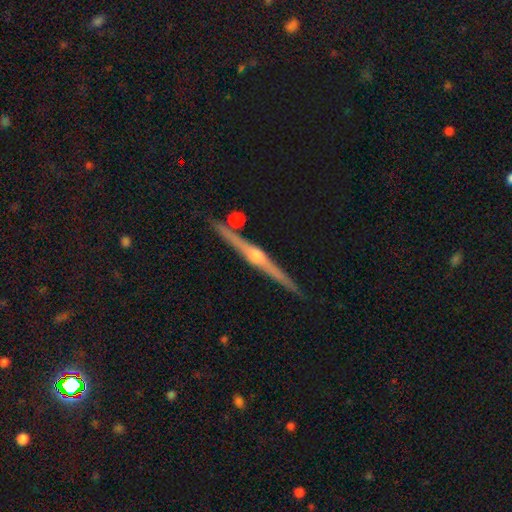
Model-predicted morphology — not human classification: This appears to be a featured or disk galaxy (87%) viewed edge-on (98%) with a rounded central bulge (91%). Merging: none (88%).